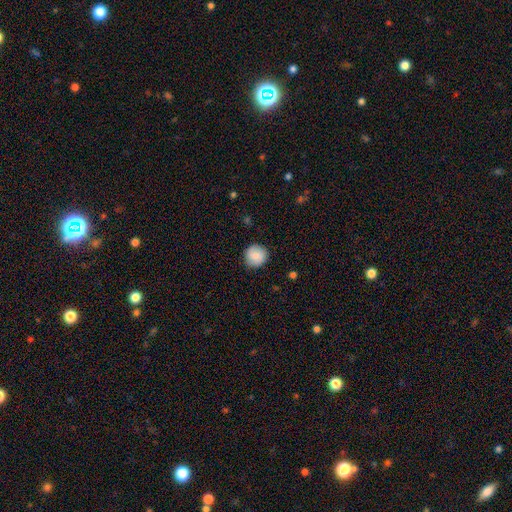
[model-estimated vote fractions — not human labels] A smooth galaxy with no disk features (85%) that is round (92%). Merging: none (87%).